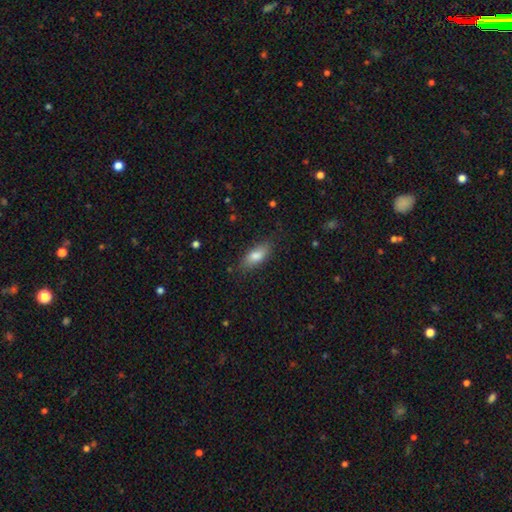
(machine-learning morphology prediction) Smooth or featured? smooth (80%)
How rounded? in between (79%)
Merging? none (81%)